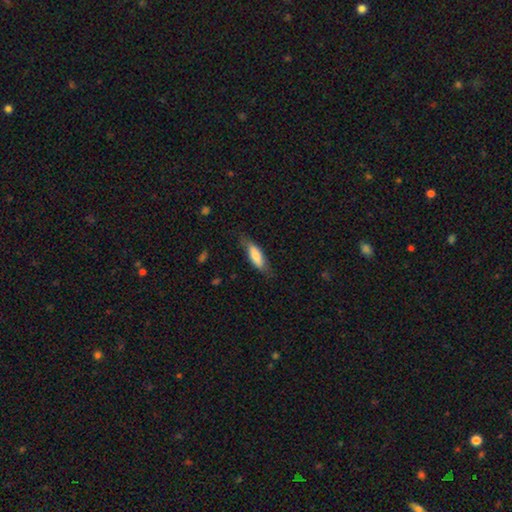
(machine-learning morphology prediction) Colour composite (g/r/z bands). It shows a smooth galaxy with no disk features (72%) that is in between round and cigar-shaped (54%). Merging: none (69%).